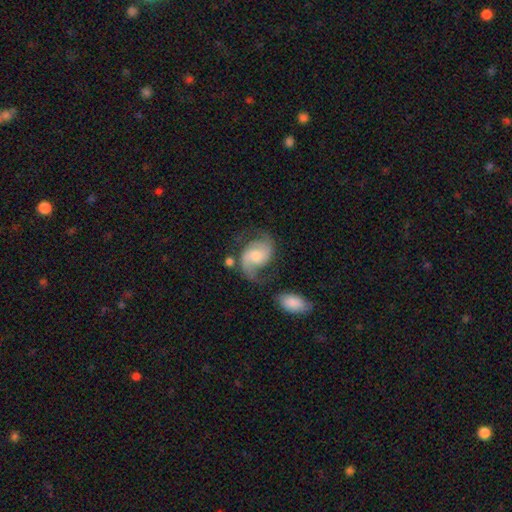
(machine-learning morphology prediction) smooth-or-featured: featured or disk: 80% | smooth: 15% | star or artifact: 6%
  disk-edge-on: no: 98% | yes: 2%
    bar: no: 51% | weak: 40% | strong: 9%
    has-spiral-arms: yes: 95% | no: 5%
      spiral-winding: medium: 50% | loose: 34% | tight: 16%
      spiral-arm-count: 2: 88% | can't tell: 4% | 1: 4% | 3: 2% | 4: 1% | more than 4: 1%
    bulge-size: moderate: 50% | small: 33% | large: 9% | none: 6% | dominant: 2%
  merging: none: 52% | minor disturbance: 21% | major disturbance: 14% | merger: 13%